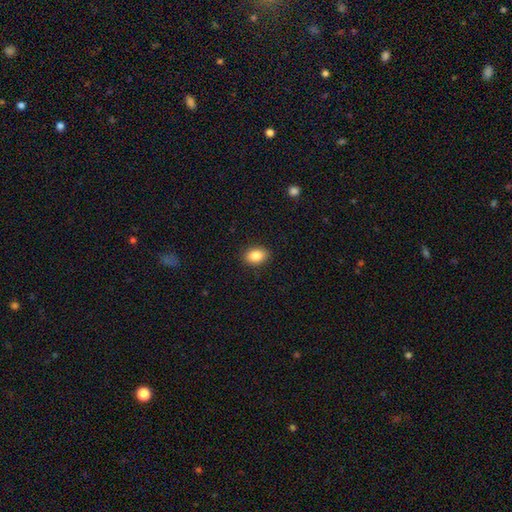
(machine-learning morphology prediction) Smooth or featured? Predicted: smooth (p=0.86). How rounded? Predicted: in between (p=0.80). Merging? Predicted: none (p=0.89).